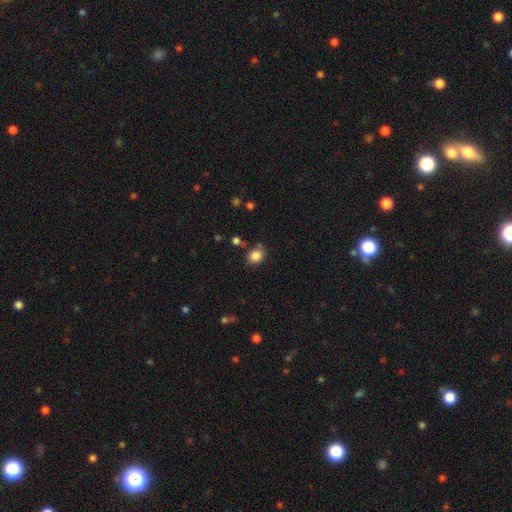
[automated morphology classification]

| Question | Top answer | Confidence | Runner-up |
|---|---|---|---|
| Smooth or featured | smooth | 84% | star or artifact (10%) |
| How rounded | round | 55% | in between (44%) |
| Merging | none | 72% | minor disturbance (16%) |